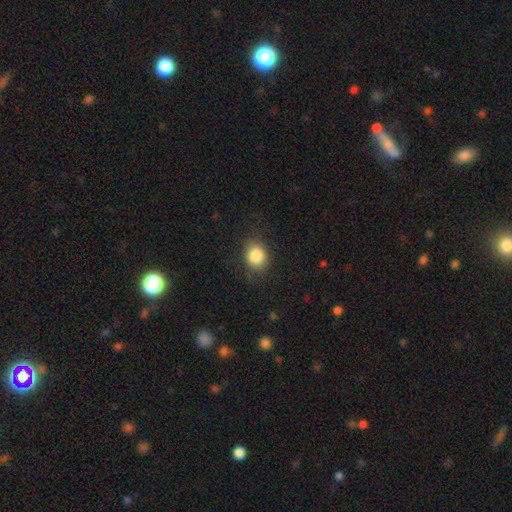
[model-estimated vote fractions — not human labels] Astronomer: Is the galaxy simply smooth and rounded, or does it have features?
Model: smooth — 85%.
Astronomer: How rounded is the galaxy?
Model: round — 57% (runner-up: in between, 42%).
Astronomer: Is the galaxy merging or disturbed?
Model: none — 79%.